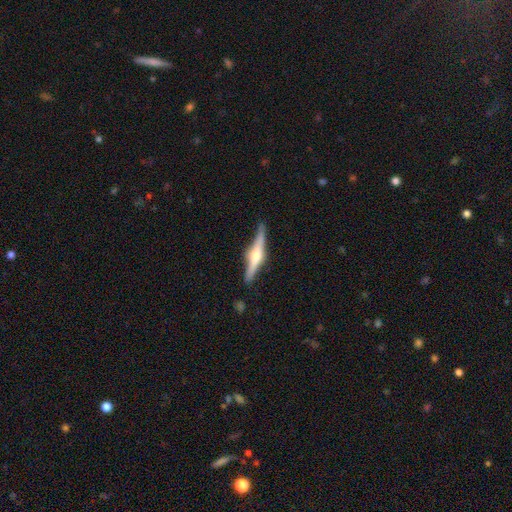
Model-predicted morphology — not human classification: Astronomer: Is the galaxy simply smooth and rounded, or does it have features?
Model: featured or disk — 75%.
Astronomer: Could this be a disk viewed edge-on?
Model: yes — 98%.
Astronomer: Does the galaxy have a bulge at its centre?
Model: rounded — 92%.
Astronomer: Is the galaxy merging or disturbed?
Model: none — 85%.